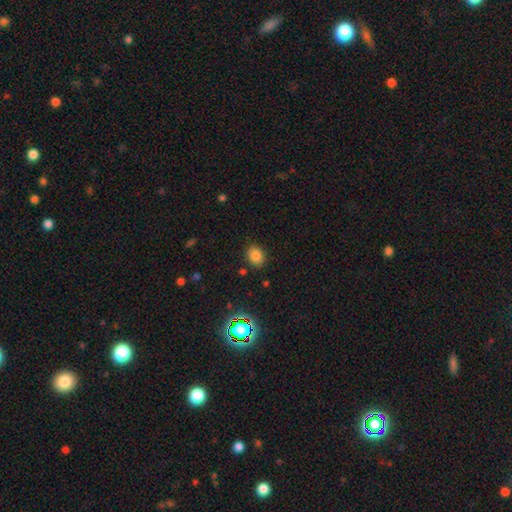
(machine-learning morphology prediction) Smooth or featured? Predicted: smooth (p=0.81). How rounded? Predicted: in between (p=0.57). Merging? Predicted: none (p=0.85).